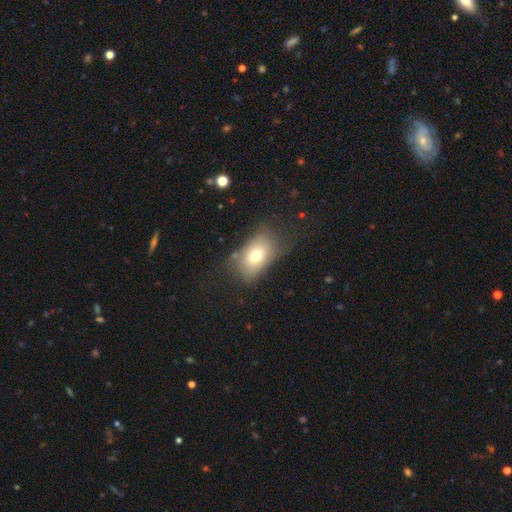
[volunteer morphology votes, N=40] type=smooth (72%); roundness=in between (93%); merging=minor disturbance (39%).